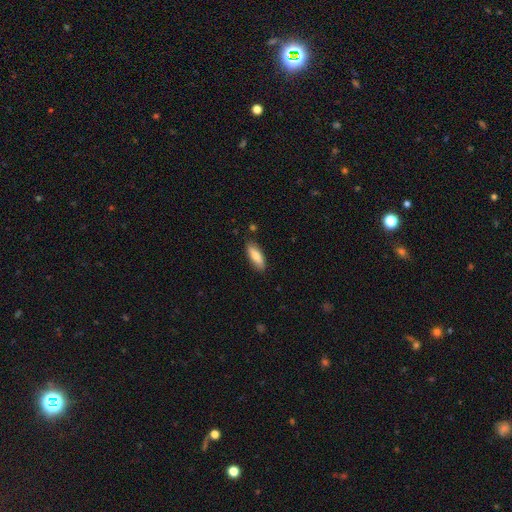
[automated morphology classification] type=smooth (77%); roundness=in between (65%); merging=none (84%).